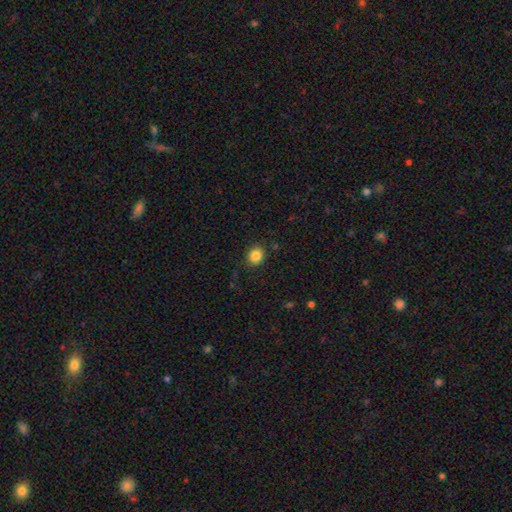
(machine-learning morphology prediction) smooth-or-featured: smooth: 84% | star or artifact: 11% | featured or disk: 5%
  how-rounded: round: 75% | in between: 24% | cigar-shaped: 1%
  merging: none: 88% | minor disturbance: 9% | major disturbance: 2% | merger: 1%